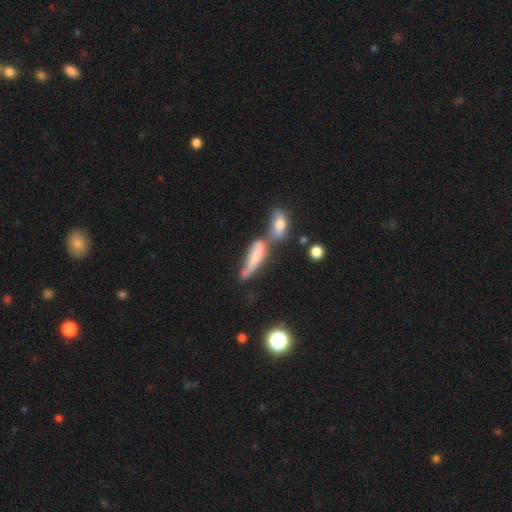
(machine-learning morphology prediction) Q: Smooth or featured?
A: smooth (63%); runner-up: featured or disk (28%)
Q: How rounded?
A: cigar-shaped (63%); runner-up: in between (33%)
Q: Merging?
A: merger (56%); runner-up: none (20%)